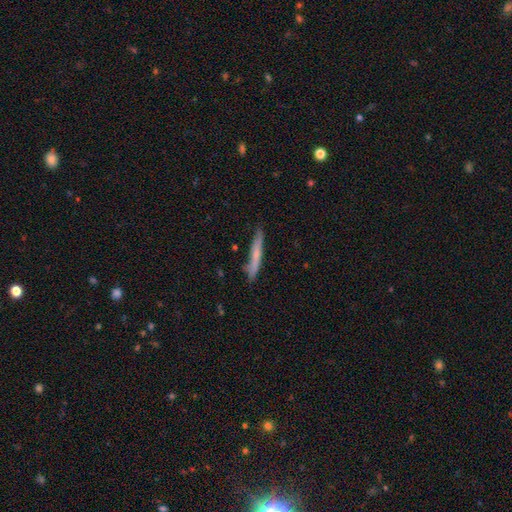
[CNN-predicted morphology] The model was most divided on "smooth or featured": smooth: 56%, featured or disk: 37%, star or artifact: 6%. More confident: how rounded — cigar-shaped (95%); merging — none (79%).